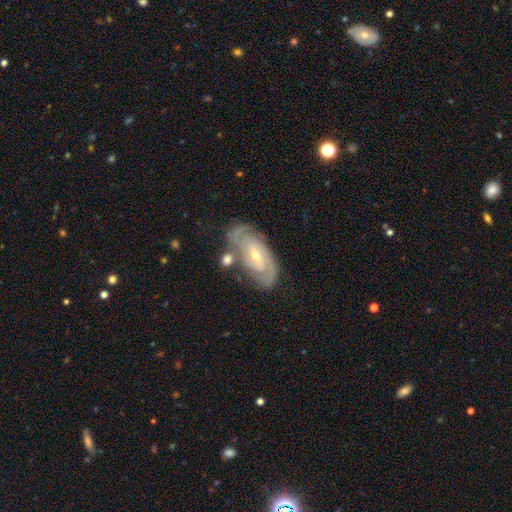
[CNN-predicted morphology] Q: Smooth or featured?
A: featured or disk (83%); runner-up: smooth (12%)
Q: Edge-on disk?
A: no (94%); runner-up: yes (6%)
Q: Bar?
A: no (44%); runner-up: weak (42%)
Q: Spiral arms?
A: yes (94%); runner-up: no (6%)
Q: Spiral winding?
A: tight (64%); runner-up: medium (29%)
Q: Spiral arm count?
A: 2 (61%); runner-up: can't tell (22%)
Q: Bulge size?
A: small (58%); runner-up: moderate (39%)
Q: Merging?
A: none (70%); runner-up: minor disturbance (16%)